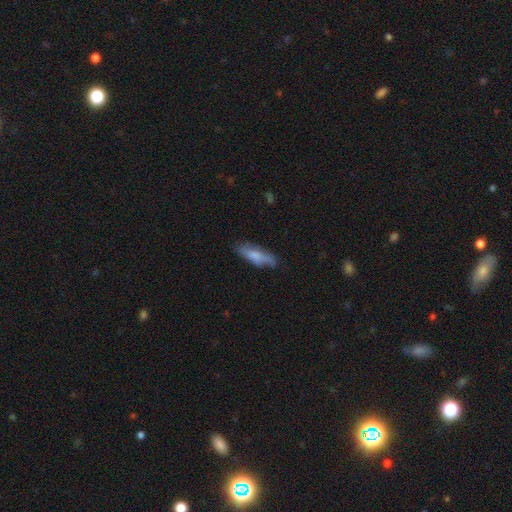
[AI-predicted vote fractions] Smooth or featured? smooth (68%)
How rounded? cigar-shaped (52%)
Merging? none (65%)